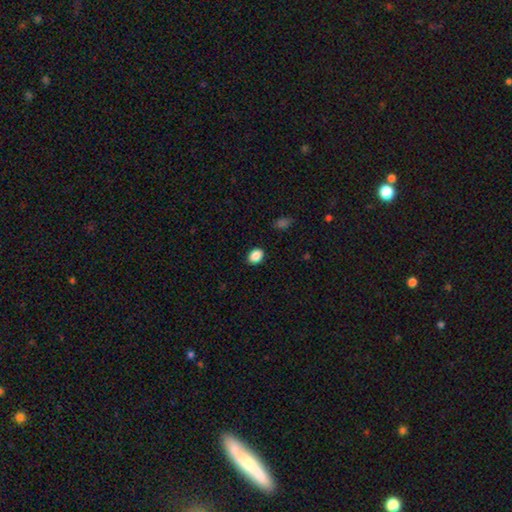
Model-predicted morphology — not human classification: Smooth or featured? Predicted: smooth (p=0.88). How rounded? Predicted: in between (p=0.64). Merging? Predicted: none (p=0.89).